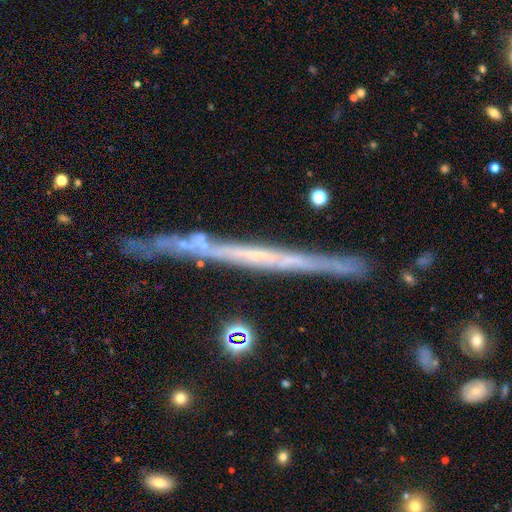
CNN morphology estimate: Smooth or featured: featured or disk — 72% (smooth — 20%)
Edge-on disk: yes — 97% (no — 3%)
Edge-on bulge: none — 84% (rounded — 11%)
Merging: none — 84% (minor disturbance — 12%)